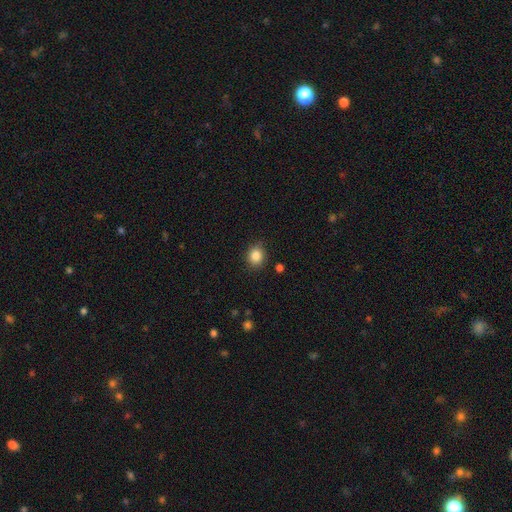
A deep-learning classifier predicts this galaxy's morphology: smooth-or-featured: smooth: 85% | star or artifact: 10% | featured or disk: 5%
  how-rounded: round: 74% | in between: 25% | cigar-shaped: 1%
  merging: none: 85% | minor disturbance: 10% | major disturbance: 2% | merger: 2%